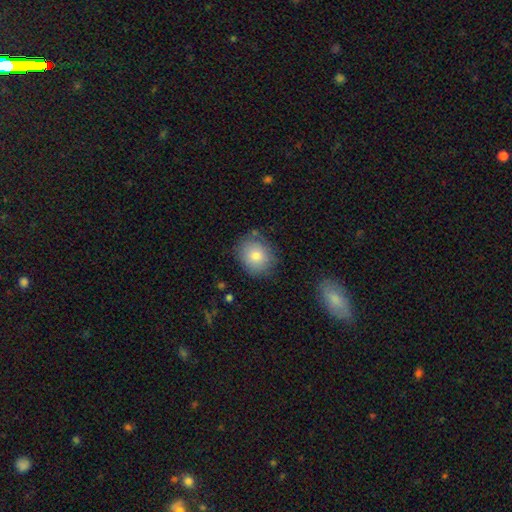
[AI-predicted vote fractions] The model was most divided on "how rounded": round: 76%, in between: 23%, cigar-shaped: 1%. More confident: smooth or featured — smooth (78%); merging — none (78%).